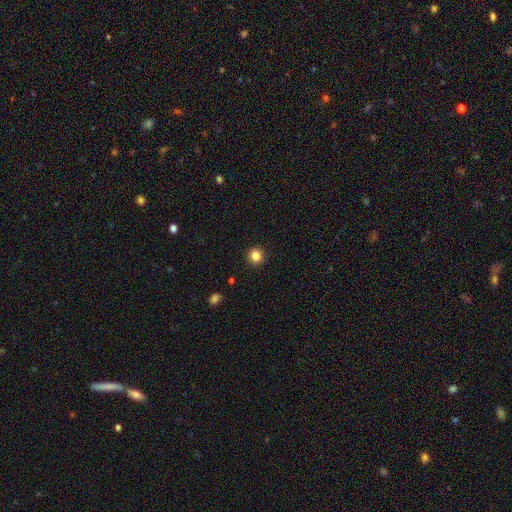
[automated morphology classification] A smooth galaxy with no disk features (84%) that is round (93%).

Vote fractions:
- Smooth or featured? smooth: 84% / star or artifact: 11% / featured or disk: 4%
- How rounded? round: 93% / in between: 6% / cigar-shaped: 1%
- Merging? none: 92% / minor disturbance: 5% / major disturbance: 2% / merger: 1%